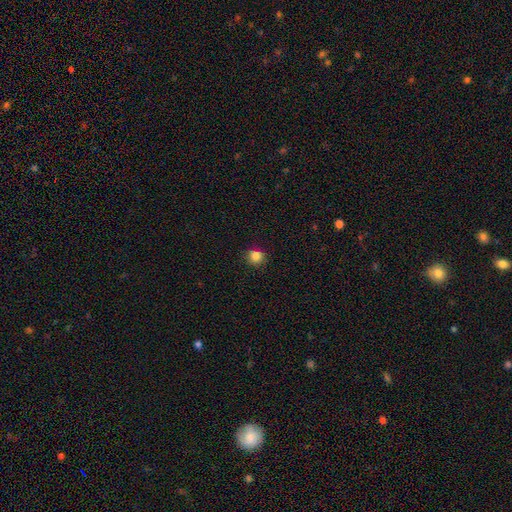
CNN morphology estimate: type=smooth (84%); roundness=round (88%); merging=none (89%).